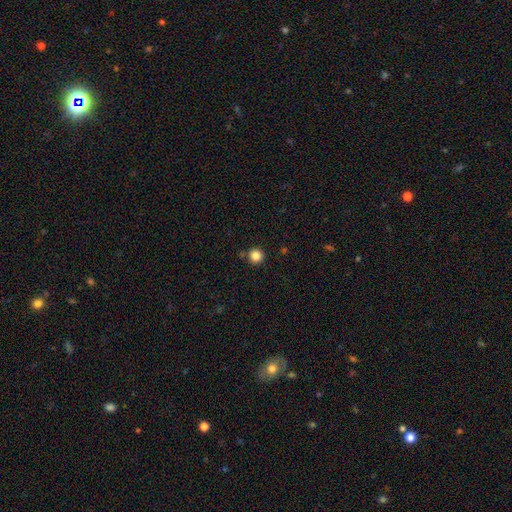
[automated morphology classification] Overall: smooth (84%). How rounded: round (96%). Merging: none (88%).